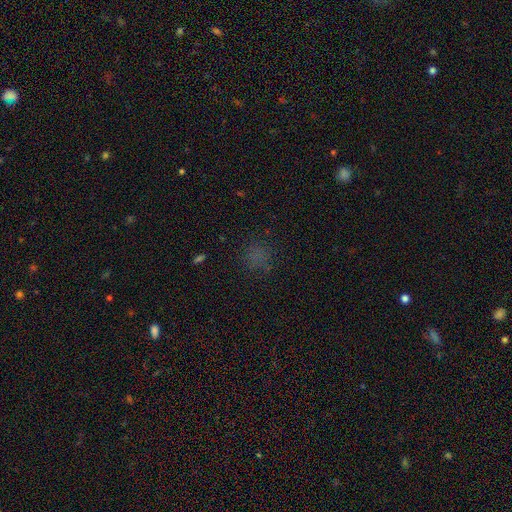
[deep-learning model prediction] This is possibly a smooth galaxy (59%). How rounded: clearly round (83%). Merging: clearly none (80%).